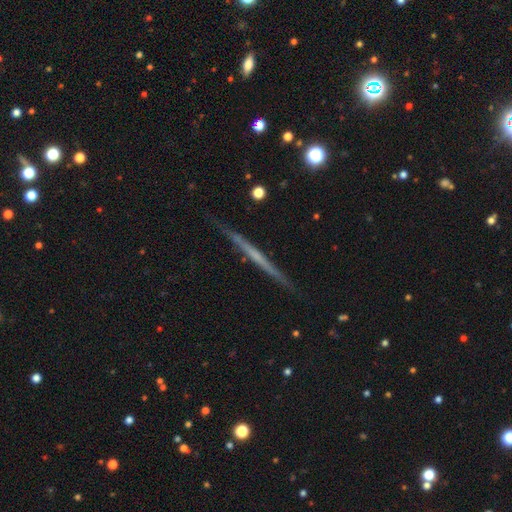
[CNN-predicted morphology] smooth-or-featured: featured or disk: 72% | smooth: 20% | star or artifact: 9%
  disk-edge-on: yes: 98% | no: 2%
    edge-on-bulge: none: 60% | rounded: 32% | boxy: 7%
  merging: none: 90% | minor disturbance: 7% | major disturbance: 2% | merger: 1%